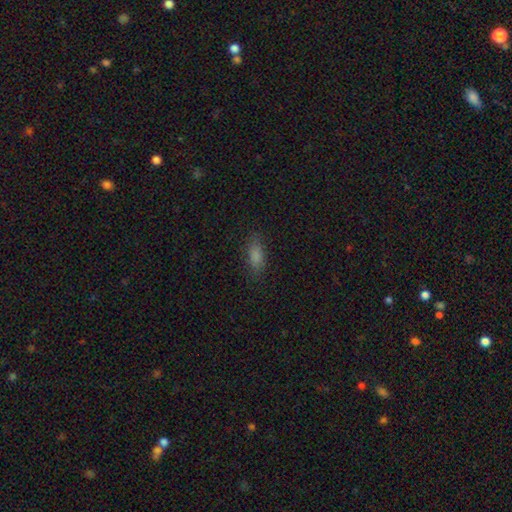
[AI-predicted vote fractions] Morphology: type=smooth (82%); roundness=in between (78%); merging=none (82%).